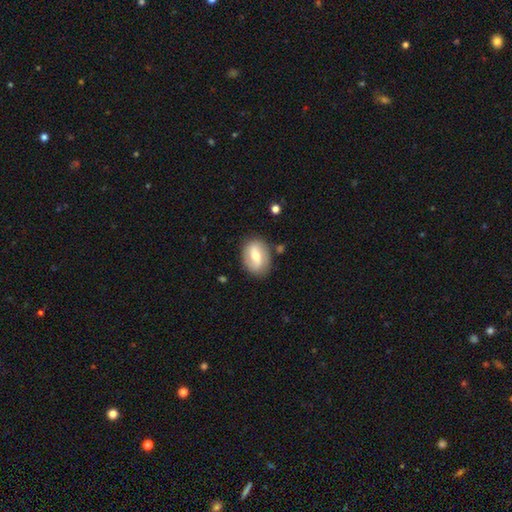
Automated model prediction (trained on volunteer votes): smooth-or-featured: featured or disk: 49% | smooth: 44% | star or artifact: 7%
  merging: none: 81% | minor disturbance: 13% | major disturbance: 4% | merger: 3%